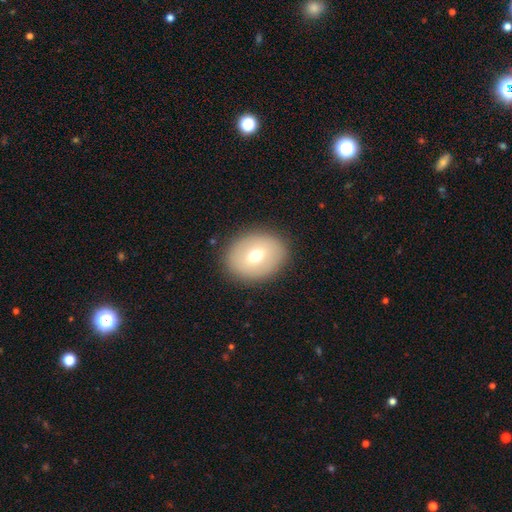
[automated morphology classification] Smooth or featured?
  - smooth: 63% *
  - featured or disk: 28%
  - star or artifact: 9%
How rounded?
  - in between: 53% *
  - round: 46%
  - cigar-shaped: 1%
Merging?
  - none: 88% *
  - minor disturbance: 8%
  - major disturbance: 3%
  - merger: 1%